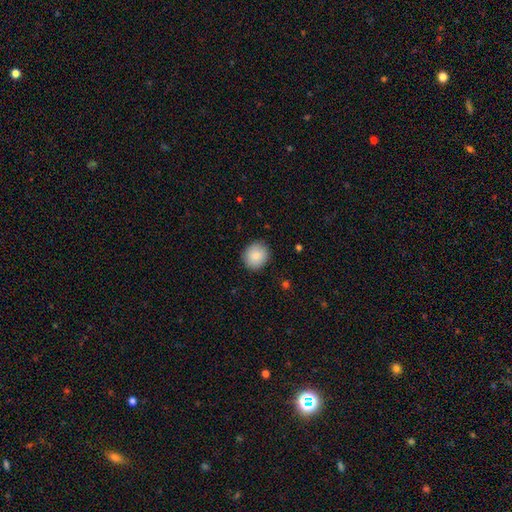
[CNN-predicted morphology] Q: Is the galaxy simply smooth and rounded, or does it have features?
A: smooth — 86%.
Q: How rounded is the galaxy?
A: round — 83%.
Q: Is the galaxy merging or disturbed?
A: none — 88%.